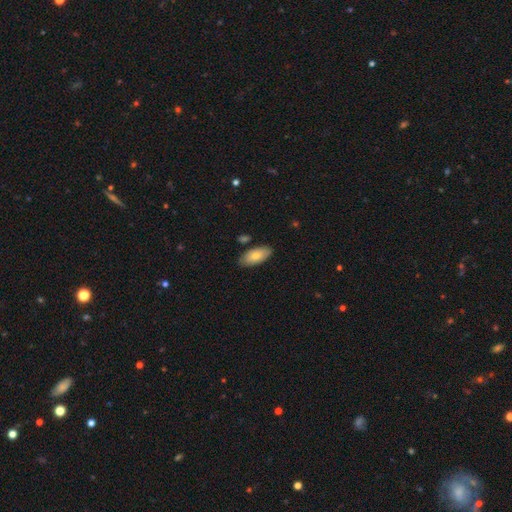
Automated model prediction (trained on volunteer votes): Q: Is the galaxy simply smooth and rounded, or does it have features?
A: smooth — 77%.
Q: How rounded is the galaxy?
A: in between — 91%.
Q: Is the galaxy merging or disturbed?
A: none — 82%.